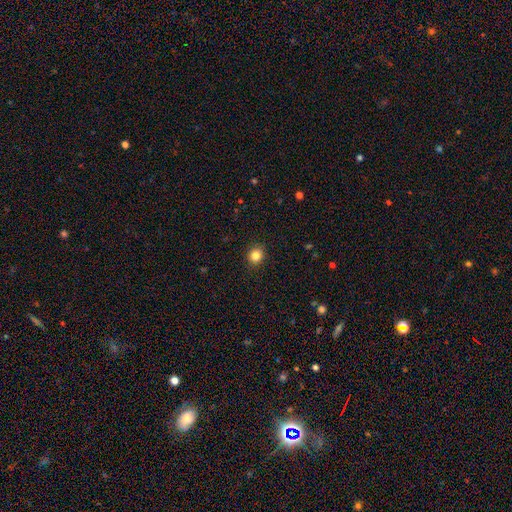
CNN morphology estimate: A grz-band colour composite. It shows a smooth galaxy with no disk features (84%) that is round (81%). Merging: none (91%).